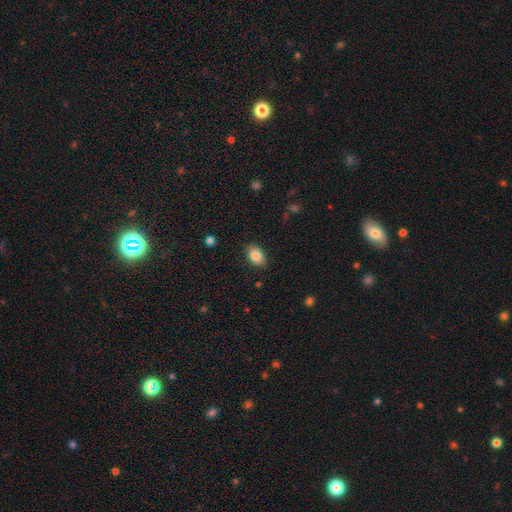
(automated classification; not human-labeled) Overall: smooth (85%). How rounded: in between (86%). Merging: none (84%).